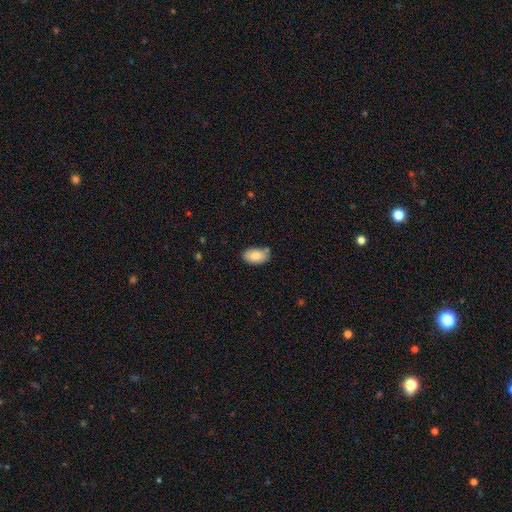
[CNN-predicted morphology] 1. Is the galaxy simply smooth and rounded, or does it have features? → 81% smooth, 12% featured or disk, 7% star or artifact.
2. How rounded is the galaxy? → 92% in between, 6% round, 1% cigar-shaped.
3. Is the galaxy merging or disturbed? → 69% none, 22% minor disturbance, 5% merger, 4% major disturbance.